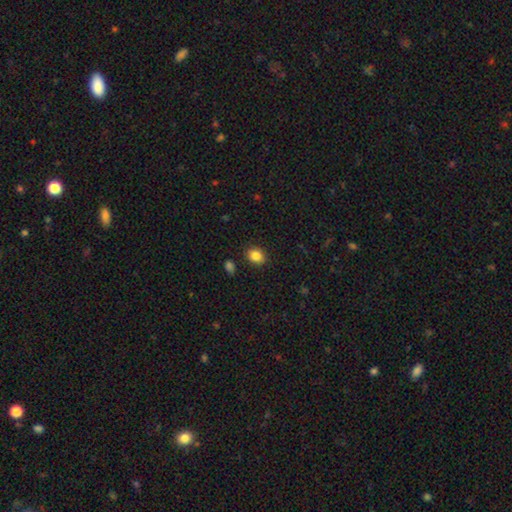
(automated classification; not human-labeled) A smooth galaxy with no disk features (85%) that is round (50%). Merging: none (87%).